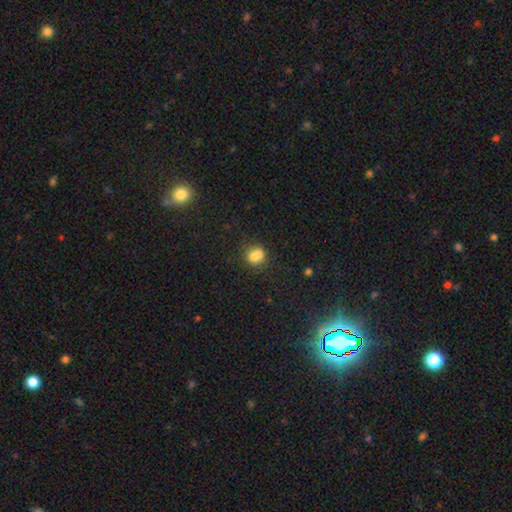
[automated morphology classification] Smooth or featured?
  - smooth: 74% *
  - star or artifact: 13%
  - featured or disk: 13%
How rounded?
  - round: 60% *
  - in between: 38%
  - cigar-shaped: 2%
Merging?
  - none: 48% *
  - merger: 32%
  - minor disturbance: 14%
  - major disturbance: 6%